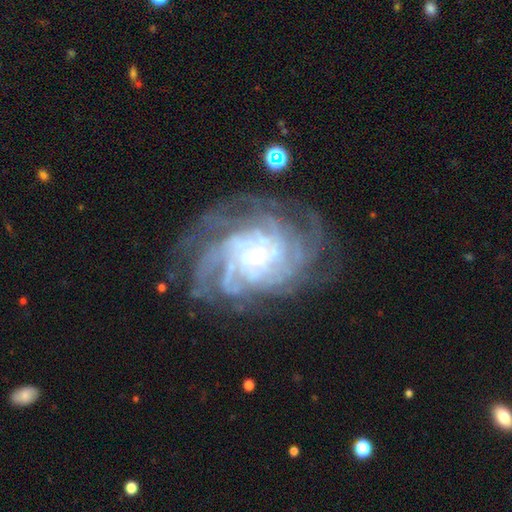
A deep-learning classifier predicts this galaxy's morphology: Overall: featured or disk (87%). Edge-on disk: no (97%). Bar: no (46%; weak 42%). Spiral arms: yes (95%). Spiral arm count: can't tell (30%; more than 4 25%). Spiral winding: tight (61%; medium 30%). Bulge size: small (59%; moderate 27%). Merging: none (66%).